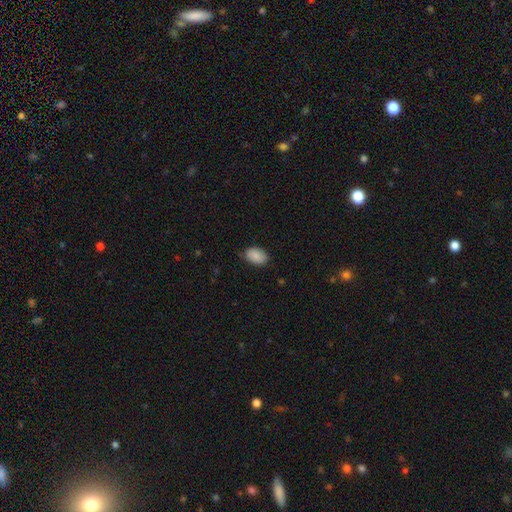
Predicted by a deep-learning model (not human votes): Morphology: type=smooth (88%); roundness=in between (90%); merging=none (77%).